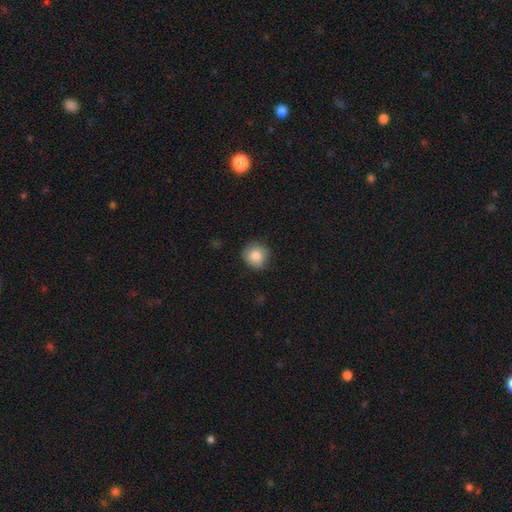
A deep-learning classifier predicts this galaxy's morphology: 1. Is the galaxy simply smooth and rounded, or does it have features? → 85% smooth, 8% star or artifact, 7% featured or disk.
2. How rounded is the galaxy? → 88% round, 11% in between, 1% cigar-shaped.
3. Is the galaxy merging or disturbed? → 79% none, 17% minor disturbance, 3% major disturbance, 1% merger.